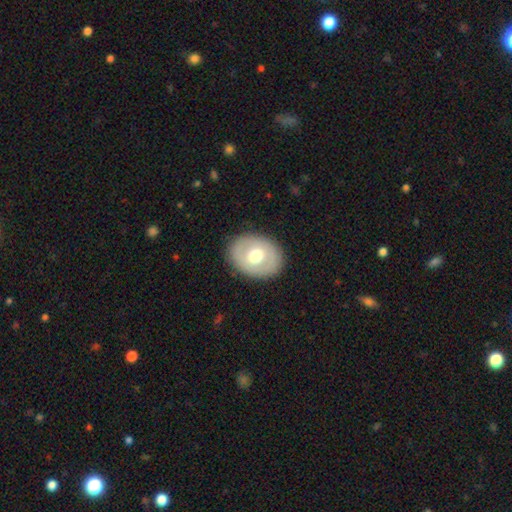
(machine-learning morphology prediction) smooth_or_featured: smooth (p=0.58) [alt: featured or disk p=0.35]
how_rounded: in between (p=0.62) [alt: round p=0.38]
merging: none (p=0.87) [alt: minor disturbance p=0.09]